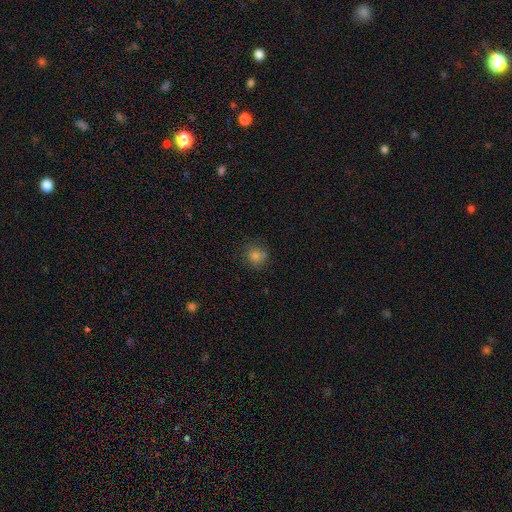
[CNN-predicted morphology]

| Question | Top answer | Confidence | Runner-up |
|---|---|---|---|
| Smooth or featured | smooth | 77% | star or artifact (16%) |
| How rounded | round | 87% | in between (12%) |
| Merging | none | 79% | minor disturbance (14%) |